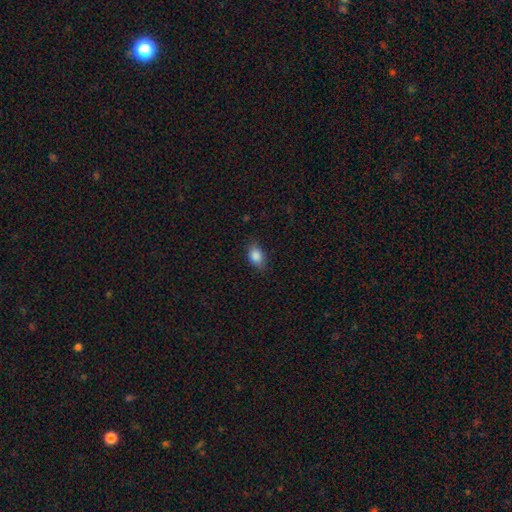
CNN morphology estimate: A smooth galaxy with no disk features (86%) that is in between round and cigar-shaped (81%).

Vote fractions:
- Smooth or featured? smooth: 86% / star or artifact: 8% / featured or disk: 5%
- How rounded? in between: 81% / round: 17% / cigar-shaped: 2%
- Merging? none: 78% / minor disturbance: 18% / major disturbance: 4% / merger: 1%